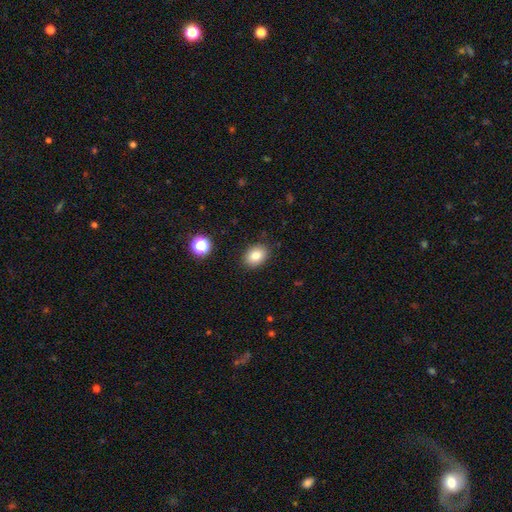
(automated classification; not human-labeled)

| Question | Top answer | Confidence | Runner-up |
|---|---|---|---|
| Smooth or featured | smooth | 83% | star or artifact (10%) |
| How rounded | in between | 71% | round (28%) |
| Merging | none | 87% | minor disturbance (9%) |